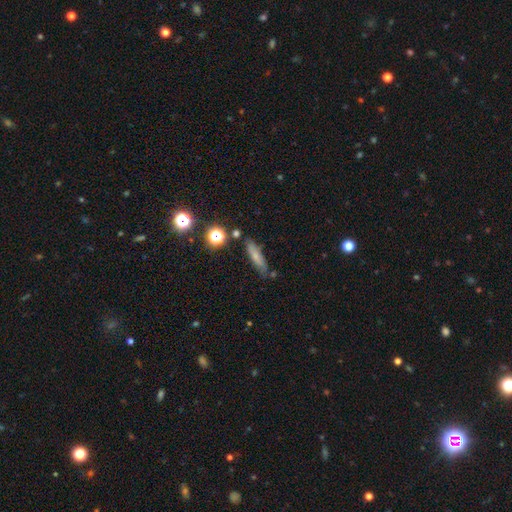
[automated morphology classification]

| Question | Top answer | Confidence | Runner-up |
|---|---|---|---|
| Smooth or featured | smooth | 65% | featured or disk (23%) |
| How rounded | cigar-shaped | 73% | in between (23%) |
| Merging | none | 75% | minor disturbance (15%) |